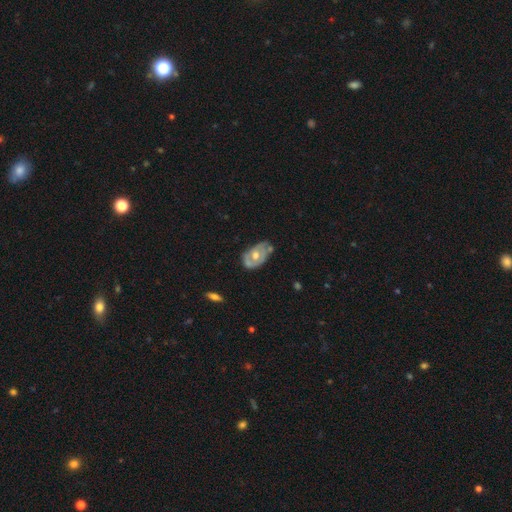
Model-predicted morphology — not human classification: Overall: featured or disk (61%; smooth 33%). Edge-on disk: no (93%). Bar: no (78%). Spiral arms: no (54%; yes 46%). Bulge size: moderate (74%). Merging: none (47%; minor disturbance 35%).